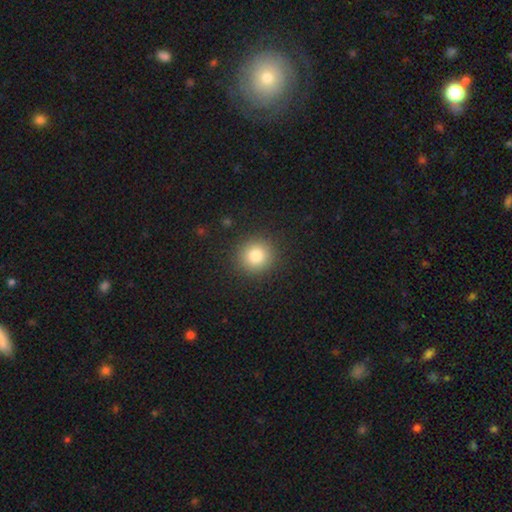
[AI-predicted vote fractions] Smooth or featured? smooth (82%)
How rounded? round (93%)
Merging? none (91%)